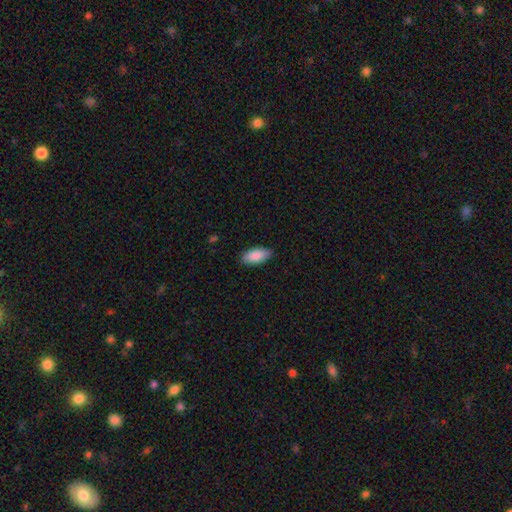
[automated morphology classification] Smooth or featured? Predicted: smooth (p=0.89). How rounded? Predicted: in between (p=0.90). Merging? Predicted: none (p=0.87).